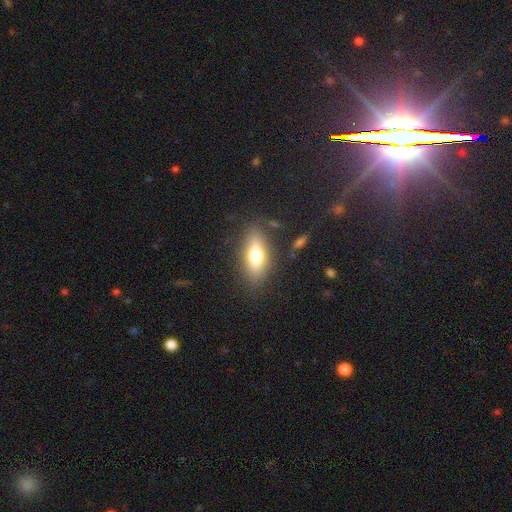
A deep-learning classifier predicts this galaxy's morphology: smooth_or_featured: smooth (p=0.69) [alt: featured or disk p=0.23]
how_rounded: in between (p=0.76) [alt: cigar-shaped p=0.19]
merging: none (p=0.80) [alt: minor disturbance p=0.13]